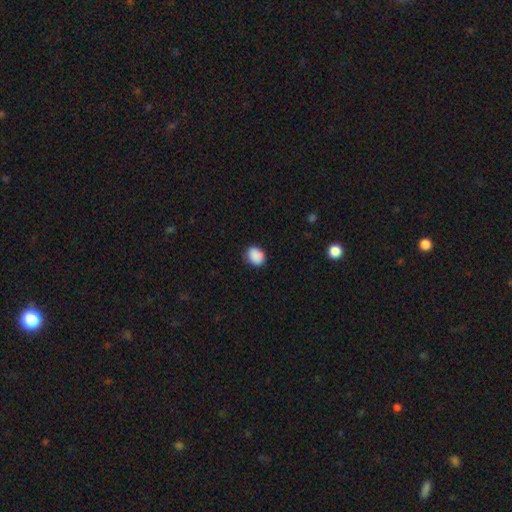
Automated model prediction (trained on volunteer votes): A smooth galaxy with no disk features (89%) that is in between round and cigar-shaped (54%). Merging: none (83%).